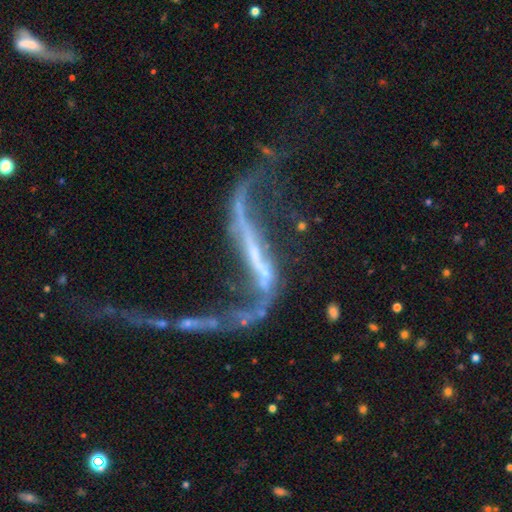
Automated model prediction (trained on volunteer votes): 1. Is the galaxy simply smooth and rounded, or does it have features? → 87% featured or disk, 8% star or artifact, 5% smooth.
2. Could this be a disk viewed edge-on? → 84% no, 16% yes.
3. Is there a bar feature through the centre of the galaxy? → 57% strong, 23% weak, 20% no.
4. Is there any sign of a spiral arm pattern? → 88% yes, 12% no.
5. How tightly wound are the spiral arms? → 95% loose, 3% medium, 2% tight.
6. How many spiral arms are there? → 90% 2, 5% 1, 2% can't tell, 1% 3, 1% 4, 1% more than 4.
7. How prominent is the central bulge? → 47% small, 40% none, 9% moderate, 2% large, 2% dominant.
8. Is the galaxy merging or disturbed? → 36% none, 32% major disturbance, 17% merger, 14% minor disturbance.